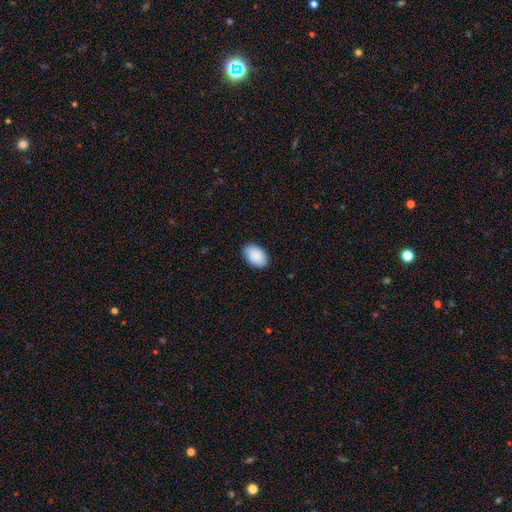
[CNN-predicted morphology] Smooth or featured? smooth (89%)
How rounded? in between (90%)
Merging? none (85%)